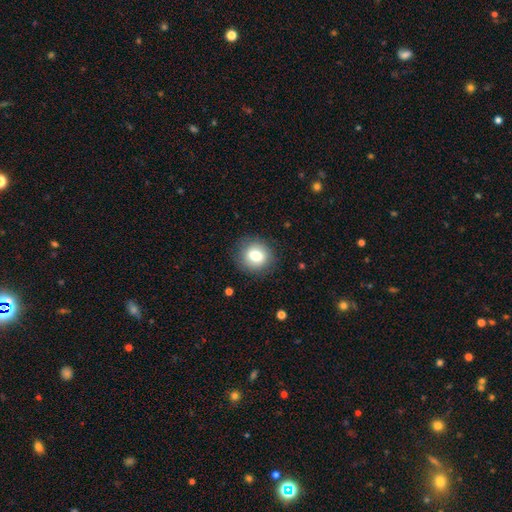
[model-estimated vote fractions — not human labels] Q: Smooth or featured?
A: smooth (78%); runner-up: featured or disk (12%)
Q: How rounded?
A: round (83%); runner-up: in between (16%)
Q: Merging?
A: none (87%); runner-up: minor disturbance (9%)